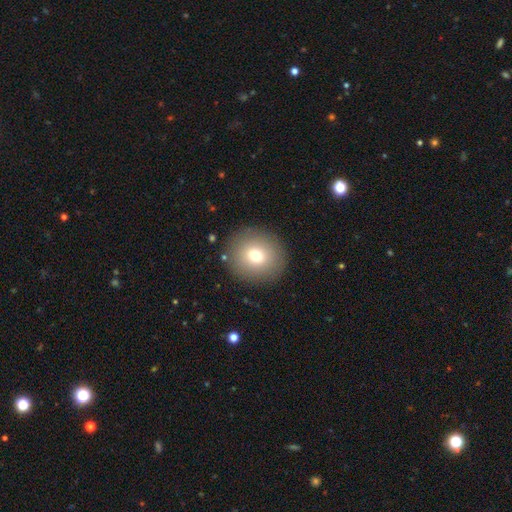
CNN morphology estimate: The model was most divided on "smooth or featured": smooth: 74%, featured or disk: 15%, star or artifact: 12%. More confident: how rounded — round (90%); merging — none (89%).